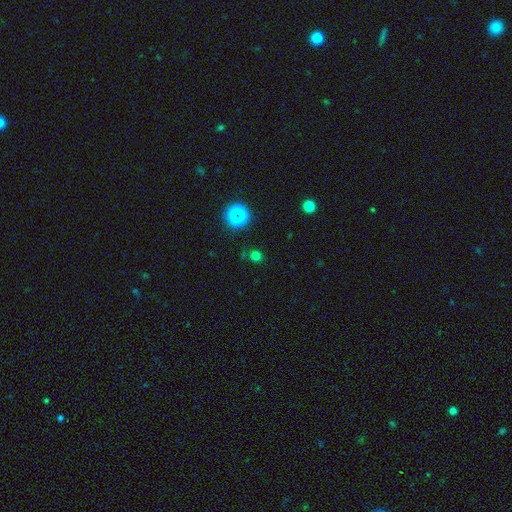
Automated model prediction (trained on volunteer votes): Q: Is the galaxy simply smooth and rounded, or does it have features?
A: smooth — 65%.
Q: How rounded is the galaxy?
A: round — 88%.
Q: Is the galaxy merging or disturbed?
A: none — 81%.